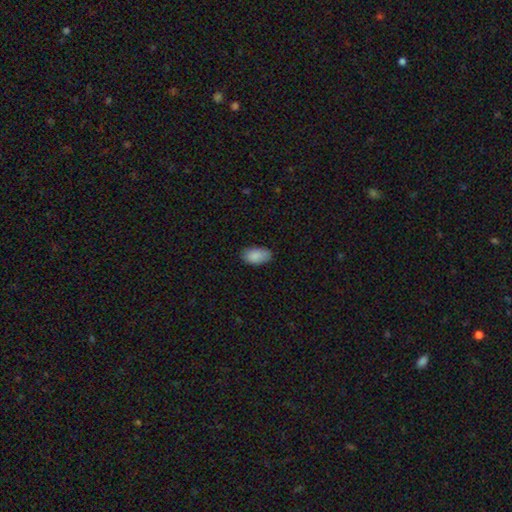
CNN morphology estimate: smooth 89%, star or artifact 7%, featured or disk 4%. Down the decision tree: how rounded — in between (94%); merging — none (83%).